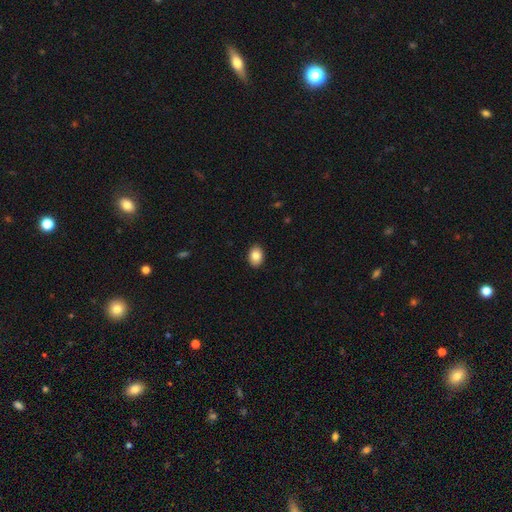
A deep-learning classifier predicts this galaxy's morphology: Smooth or featured: smooth — 85% (star or artifact — 8%)
How rounded: in between — 77% (round — 22%)
Merging: none — 91% (minor disturbance — 7%)